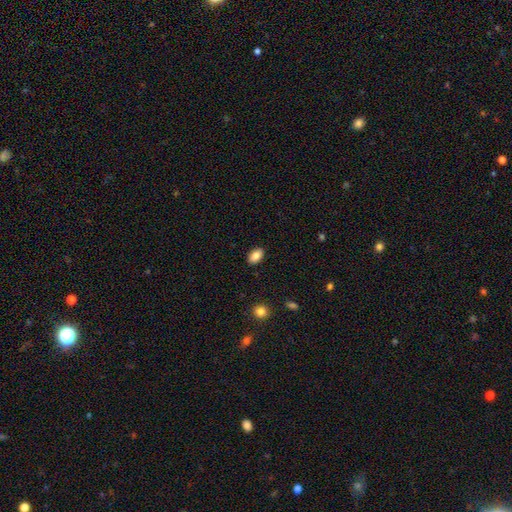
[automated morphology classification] smooth-or-featured: smooth: 86% | star or artifact: 8% | featured or disk: 6%
  how-rounded: in between: 90% | round: 8% | cigar-shaped: 1%
  merging: none: 89% | minor disturbance: 8% | major disturbance: 2% | merger: 1%